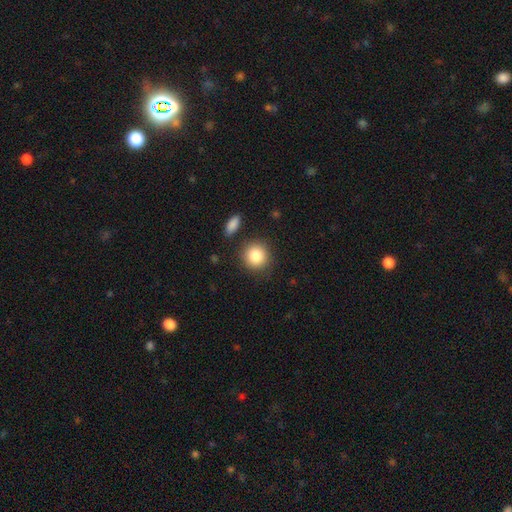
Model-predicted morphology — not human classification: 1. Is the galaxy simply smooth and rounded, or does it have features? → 85% smooth, 9% star or artifact, 7% featured or disk.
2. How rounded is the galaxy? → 89% round, 10% in between, 1% cigar-shaped.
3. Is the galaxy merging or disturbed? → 84% none, 9% minor disturbance, 4% merger, 3% major disturbance.